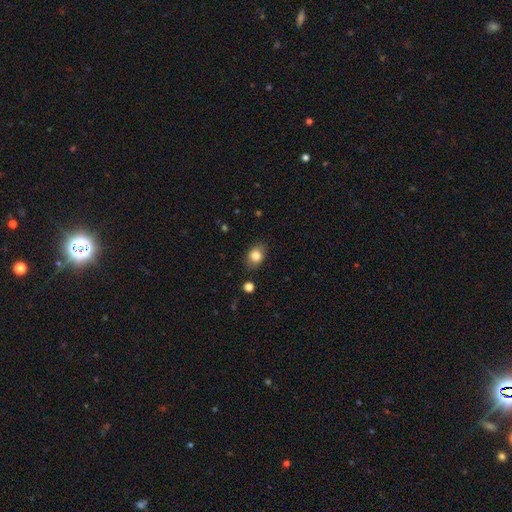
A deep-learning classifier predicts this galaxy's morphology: smooth-or-featured: smooth: 82% | star or artifact: 9% | featured or disk: 9%
  how-rounded: in between: 66% | round: 33% | cigar-shaped: 1%
  merging: none: 83% | minor disturbance: 12% | major disturbance: 3% | merger: 2%